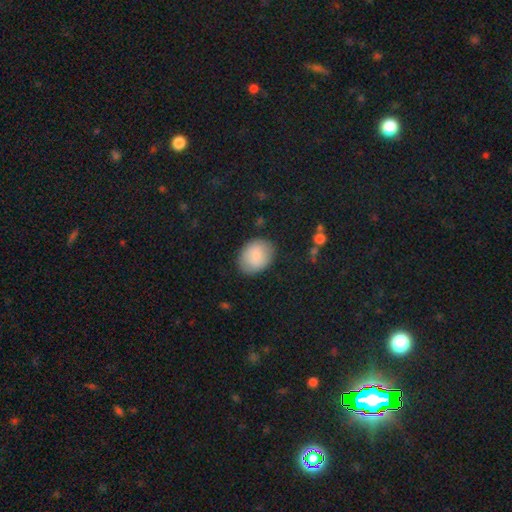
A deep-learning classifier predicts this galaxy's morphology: smooth_or_featured: smooth (p=0.82) [alt: featured or disk p=0.11]
how_rounded: in between (p=0.61) [alt: round p=0.38]
merging: none (p=0.82) [alt: minor disturbance p=0.13]